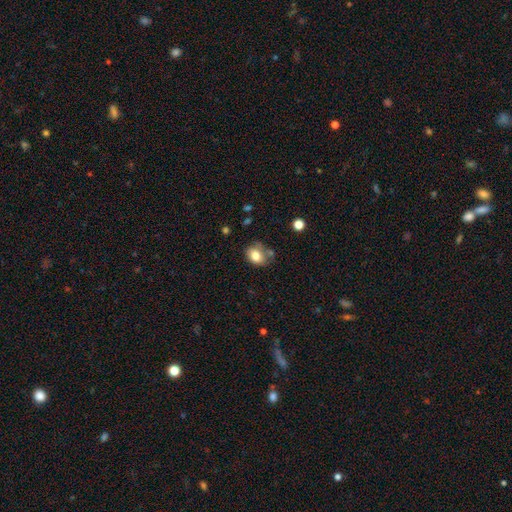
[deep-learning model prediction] smooth 78%, featured or disk 13%, star or artifact 9%. Down the decision tree: how rounded — in between (58%); merging — none (52%).